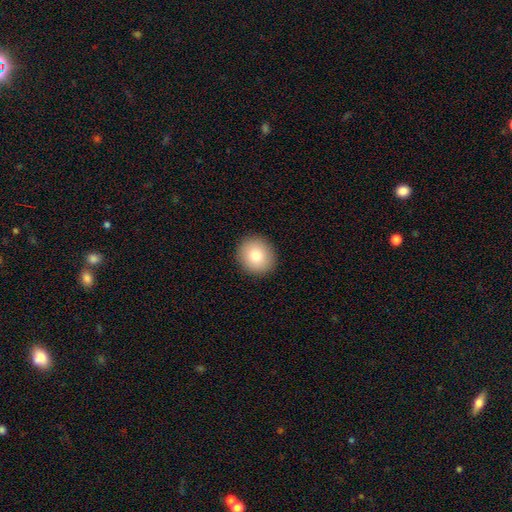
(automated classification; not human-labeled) Smooth or featured? smooth (81%)
How rounded? round (85%)
Merging? none (92%)